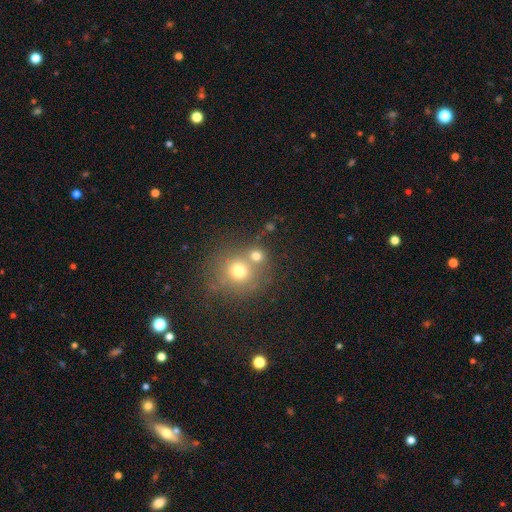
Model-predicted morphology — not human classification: Q: Smooth or featured?
A: smooth (70%); runner-up: star or artifact (16%)
Q: How rounded?
A: round (85%); runner-up: in between (14%)
Q: Merging?
A: none (50%); runner-up: merger (38%)